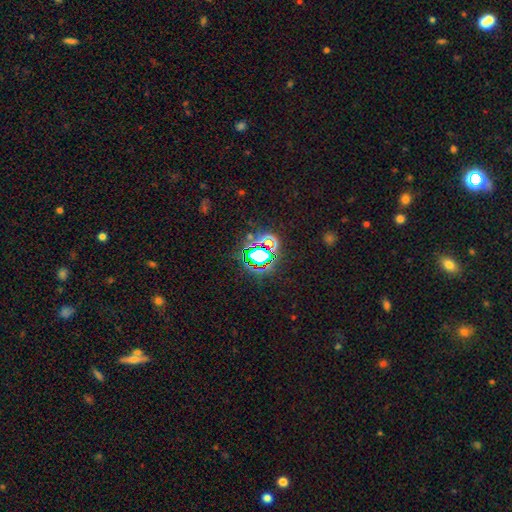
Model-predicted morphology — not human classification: smooth-or-featured: star or artifact: 72% | smooth: 19% | featured or disk: 10%